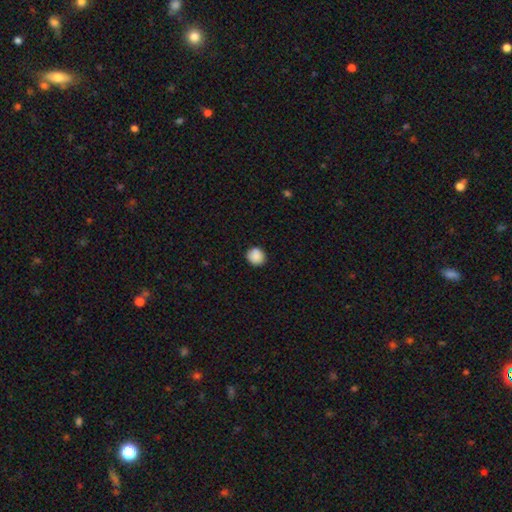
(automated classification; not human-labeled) Overall: smooth (89%). How rounded: round (89%). Merging: none (89%).